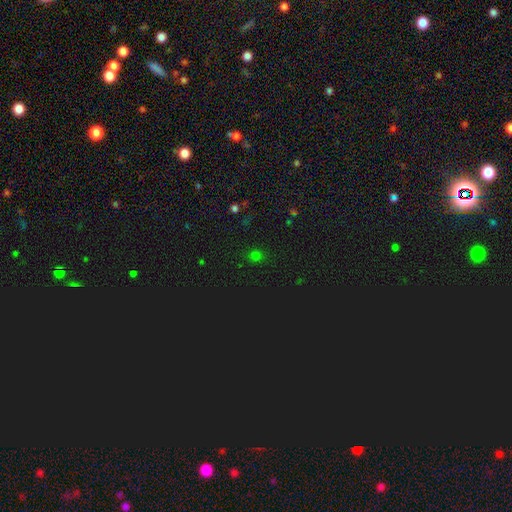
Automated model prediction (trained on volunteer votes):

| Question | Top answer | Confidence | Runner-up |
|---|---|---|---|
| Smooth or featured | smooth | 63% | star or artifact (32%) |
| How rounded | round | 82% | in between (17%) |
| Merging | none | 86% | minor disturbance (9%) |